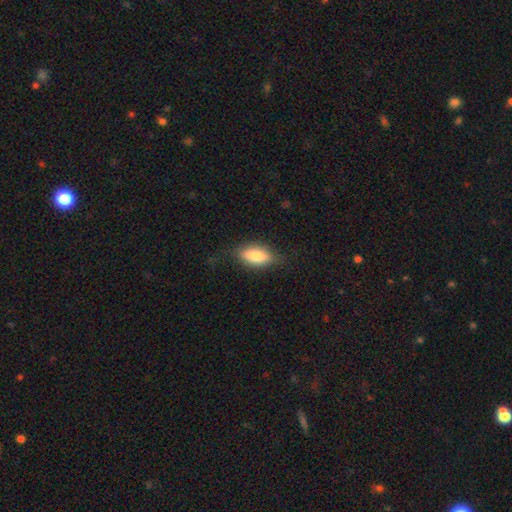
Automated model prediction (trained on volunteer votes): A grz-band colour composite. It shows a smooth galaxy with no disk features (76%) that is in between round and cigar-shaped (81%). Merging: none (75%).